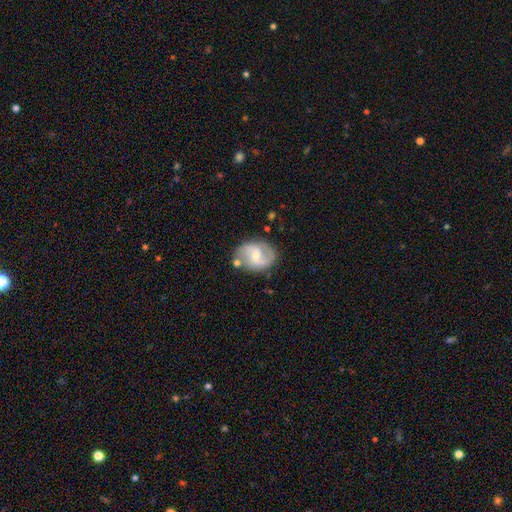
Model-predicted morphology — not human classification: Smooth or featured?
  - featured or disk: 77% *
  - smooth: 17%
  - star or artifact: 6%
Edge-on disk?
  - no: 97% *
  - yes: 3%
Bar?
  - weak: 49% *
  - no: 37%
  - strong: 14%
Spiral arms?
  - yes: 92% *
  - no: 8%
Spiral winding?
  - medium: 49% *
  - loose: 35%
  - tight: 17%
Spiral arm count?
  - 2: 89% *
  - can't tell: 5%
  - 1: 2%
  - 3: 1%
  - 4: 1%
  - more than 4: 1%
Bulge size?
  - small: 51% *
  - moderate: 44%
  - large: 2%
  - none: 2%
  - dominant: 1%
Merging?
  - none: 74% *
  - minor disturbance: 15%
  - merger: 6%
  - major disturbance: 5%